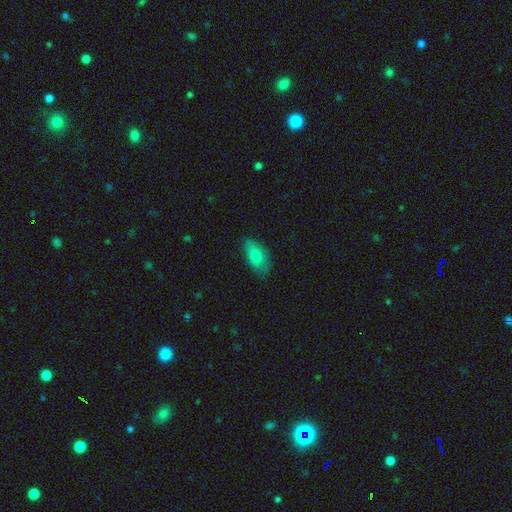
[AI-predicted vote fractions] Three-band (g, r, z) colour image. It shows a smooth galaxy with no disk features (79%) that is in between round and cigar-shaped (92%). Merging: none (70%).